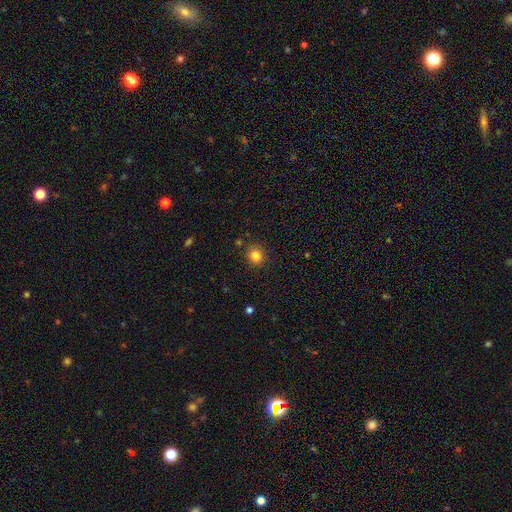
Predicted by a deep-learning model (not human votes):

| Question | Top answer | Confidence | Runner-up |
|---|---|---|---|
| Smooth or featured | smooth | 82% | star or artifact (12%) |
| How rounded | round | 81% | in between (18%) |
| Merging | none | 87% | minor disturbance (8%) |